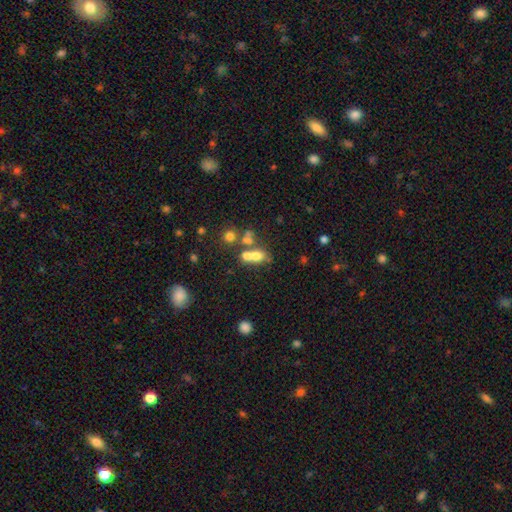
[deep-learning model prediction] This is likely a smooth galaxy (64%). How rounded: possibly in between (54%). Merging: possibly merger (52%).